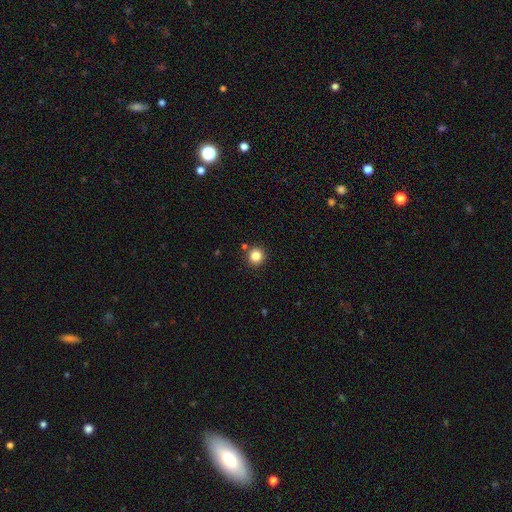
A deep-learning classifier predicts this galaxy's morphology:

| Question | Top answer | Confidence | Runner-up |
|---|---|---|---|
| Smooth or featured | smooth | 84% | star or artifact (12%) |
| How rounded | round | 94% | in between (5%) |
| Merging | none | 87% | minor disturbance (6%) |